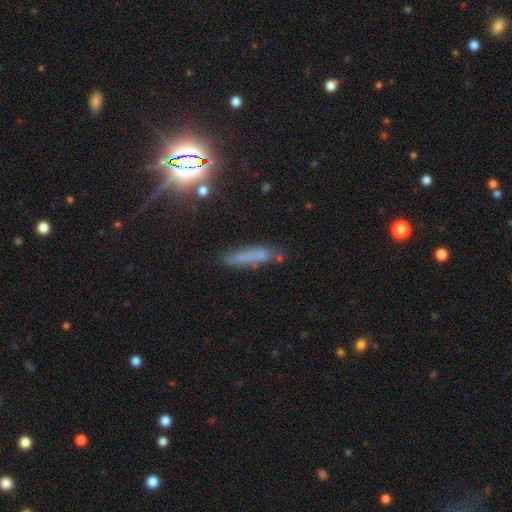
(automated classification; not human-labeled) This is possibly a smooth galaxy (47%). Merging: likely none (69%).